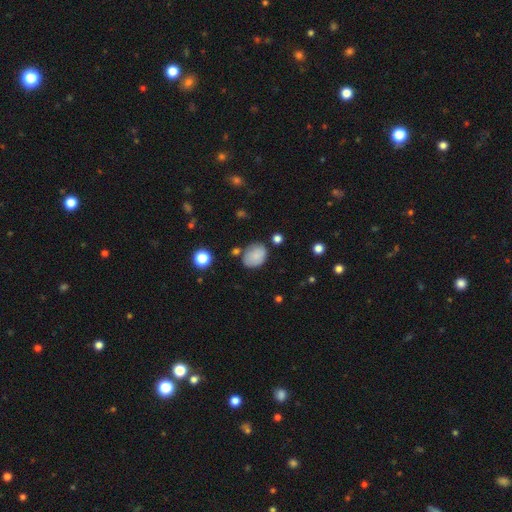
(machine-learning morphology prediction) A smooth galaxy with no disk features (82%) that is in between round and cigar-shaped (64%). Merging: none (68%).